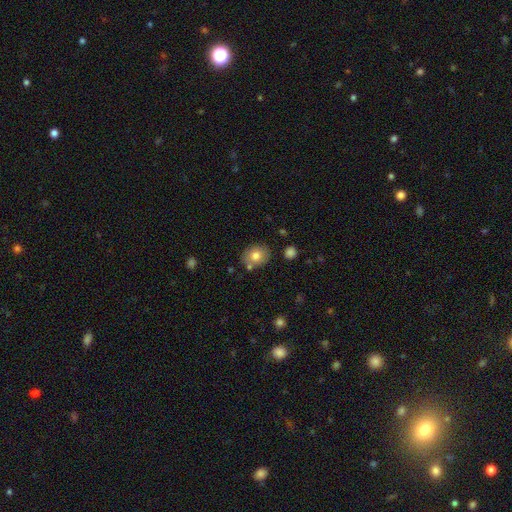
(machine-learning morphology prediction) type=smooth (76%); roundness=round (50%); merging=none (77%).